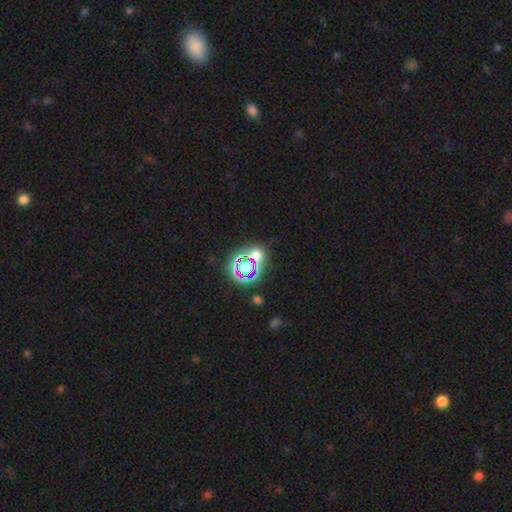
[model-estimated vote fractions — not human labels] smooth_or_featured: star or artifact (p=0.49) [alt: smooth p=0.39]